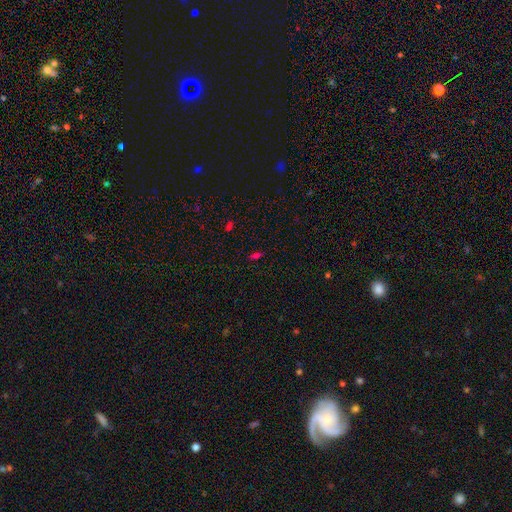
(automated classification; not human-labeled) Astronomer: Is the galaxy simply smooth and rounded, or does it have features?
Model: smooth — 53% (runner-up: star or artifact, 37%).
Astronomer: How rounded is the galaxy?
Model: in between — 70%.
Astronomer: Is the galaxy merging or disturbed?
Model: none — 81%.